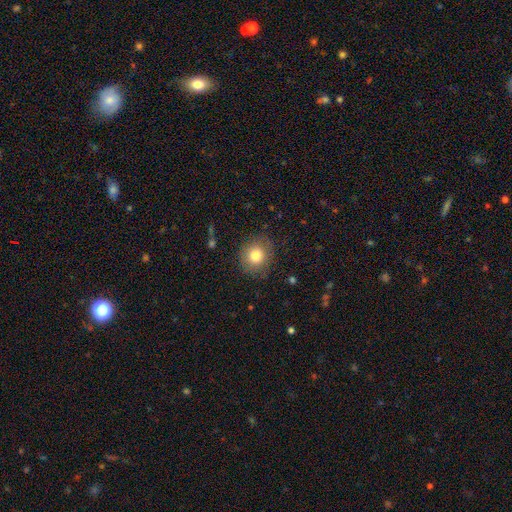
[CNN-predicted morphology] type=smooth (80%); roundness=round (81%); merging=none (84%).